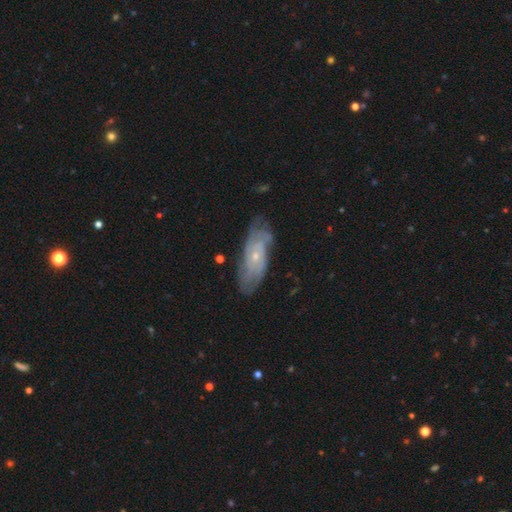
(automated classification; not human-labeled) featured or disk 77%, smooth 17%, star or artifact 6%. Down the decision tree: edge-on disk — no (89%); bar — no (76%); spiral arms — yes (90%); spiral arm count — can't tell (50%); spiral winding — tight (65%); bulge size — small (72%); merging — none (73%).